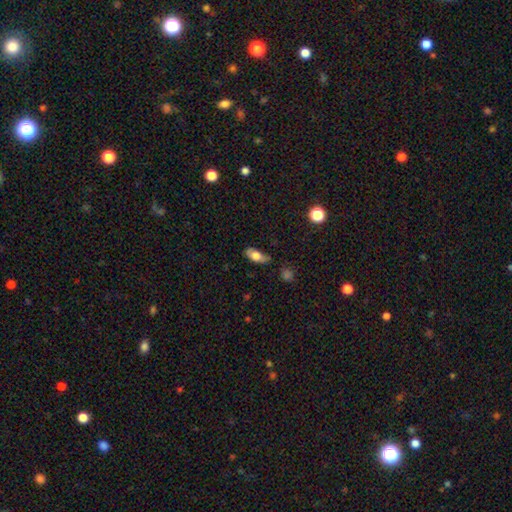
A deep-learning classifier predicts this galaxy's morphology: Smooth or featured: smooth — 65% (featured or disk — 27%)
How rounded: in between — 83% (cigar-shaped — 12%)
Merging: none — 67% (minor disturbance — 25%)